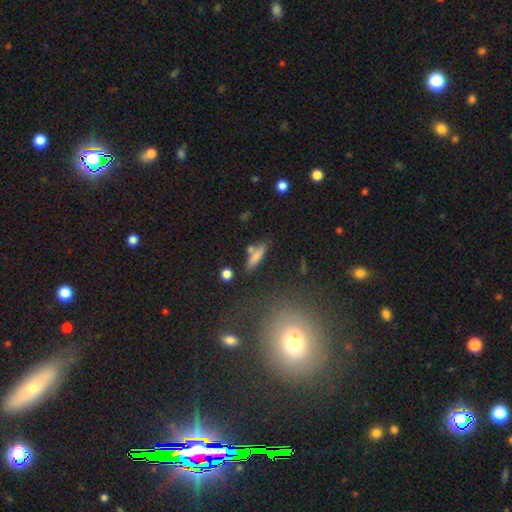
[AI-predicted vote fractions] Morphology: type=smooth (72%); roundness=cigar-shaped (71%); merging=none (65%).